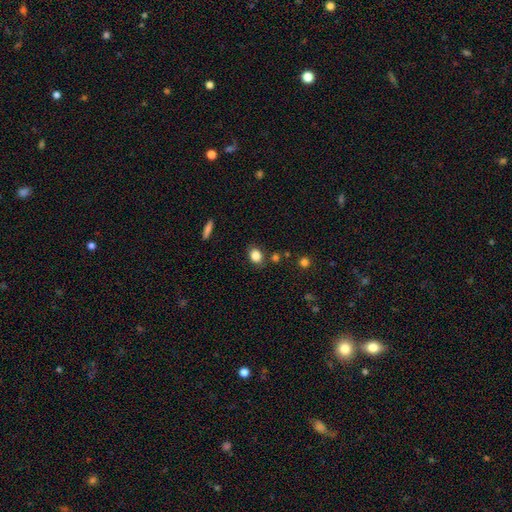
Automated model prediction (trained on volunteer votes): smooth_or_featured: smooth (p=0.85) [alt: star or artifact p=0.10]
how_rounded: in between (p=0.55) [alt: round p=0.43]
merging: none (p=0.81) [alt: minor disturbance p=0.12]